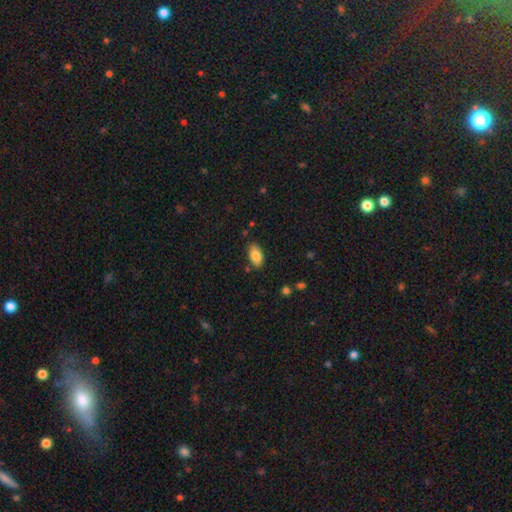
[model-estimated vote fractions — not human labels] Overall: smooth (85%). How rounded: in between (93%). Merging: none (82%).